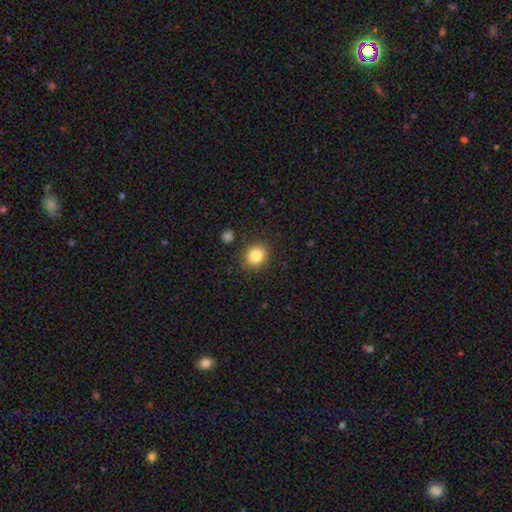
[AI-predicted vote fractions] This appears to be a smooth galaxy with no disk features (85%) that is round (72%). Merging: none (86%).